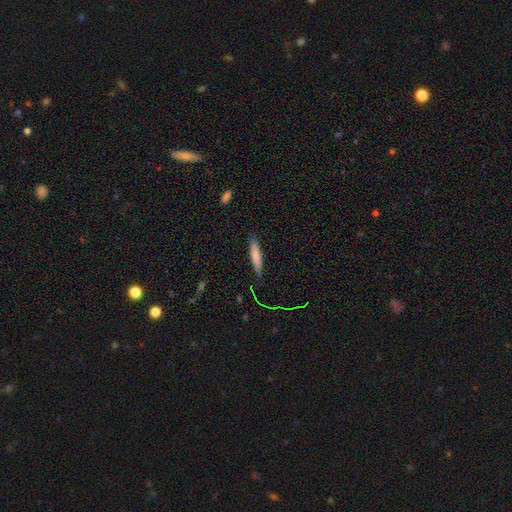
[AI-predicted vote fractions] smooth_or_featured: smooth (p=0.75) [alt: featured or disk p=0.18]
how_rounded: cigar-shaped (p=0.88) [alt: in between p=0.11]
merging: none (p=0.84) [alt: minor disturbance p=0.12]